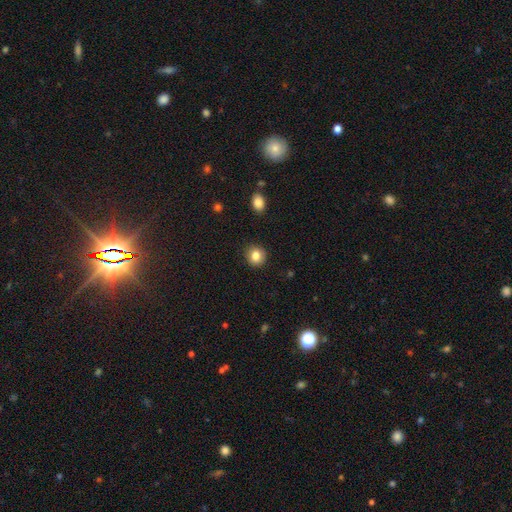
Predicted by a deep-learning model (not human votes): This is clearly a smooth galaxy (84%). How rounded: clearly round (86%). Merging: clearly none (90%).